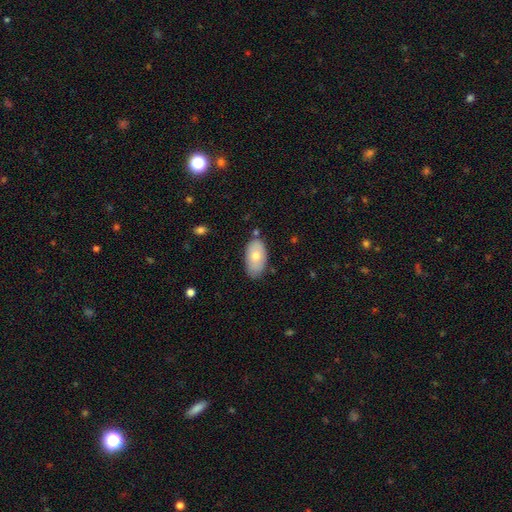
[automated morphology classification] Smooth or featured? Predicted: smooth (p=0.71). How rounded? Predicted: in between (p=0.94). Merging? Predicted: none (p=0.76).